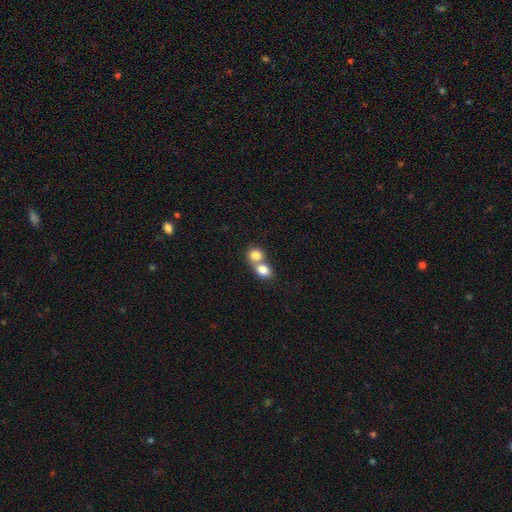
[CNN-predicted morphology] The model was most divided on "merging": merger: 67%, none: 27%, minor disturbance: 4%, major disturbance: 2%. More confident: smooth or featured — smooth (80%); how rounded — round (74%).